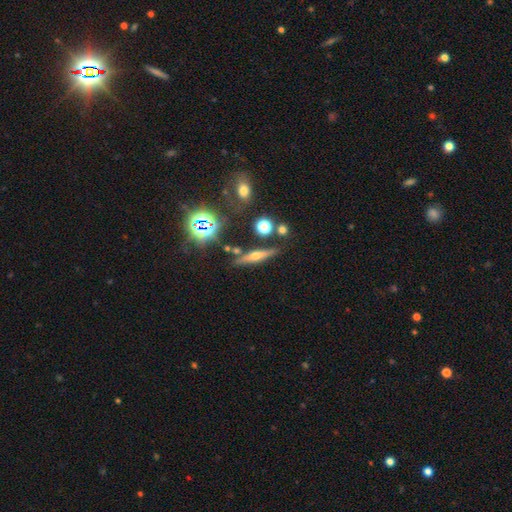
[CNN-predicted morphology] Overall: featured or disk (53%; smooth 31%). Edge-on disk: yes (92%). Merging: none (81%).